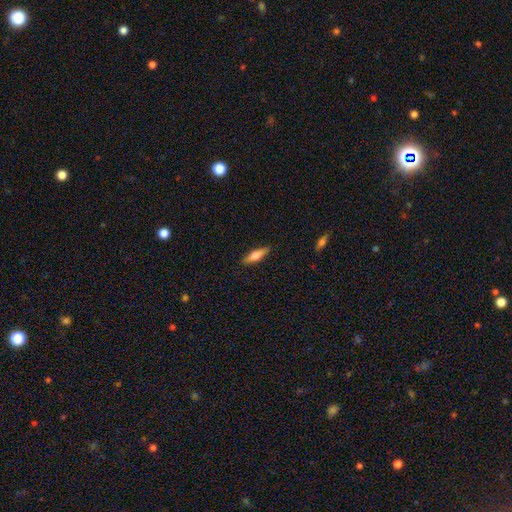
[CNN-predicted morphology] type=smooth (60%); roundness=cigar-shaped (57%); merging=none (89%).